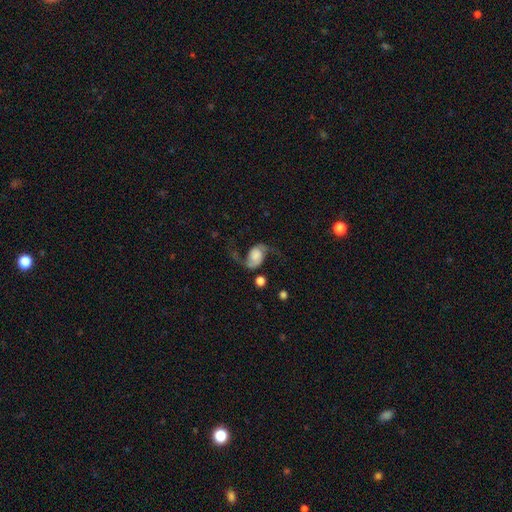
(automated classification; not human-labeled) A featured or disk galaxy (79%) with no bar (65%), 2 (93%) loose (80%) spiral arms (95%) and a large central bulge (28%). Merging: none (62%).